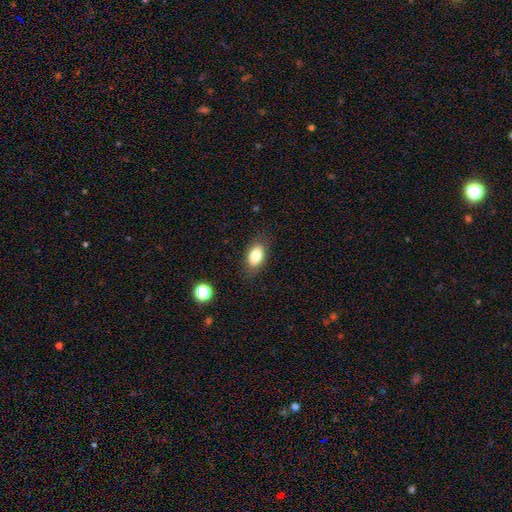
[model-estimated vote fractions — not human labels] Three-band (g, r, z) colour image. It shows a smooth galaxy with no disk features (82%) that is in between round and cigar-shaped (89%). Merging: none (82%).